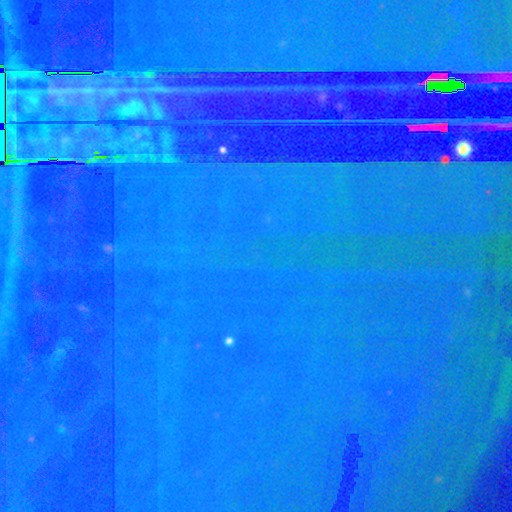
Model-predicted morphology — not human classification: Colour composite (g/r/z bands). It shows a star or artifact, not a galaxy (84%).